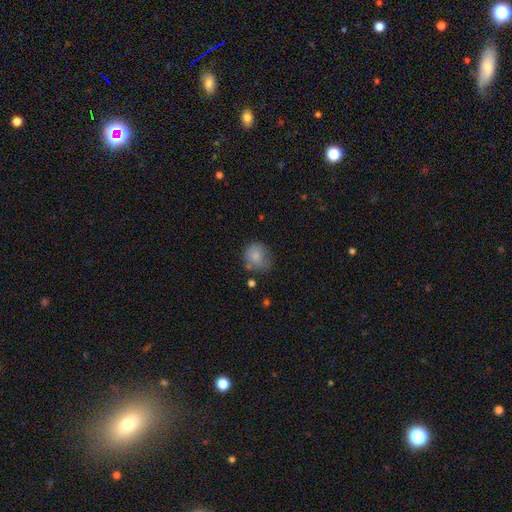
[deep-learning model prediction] smooth_or_featured: smooth (p=0.81) [alt: featured or disk p=0.10]
how_rounded: round (p=0.80) [alt: in between p=0.19]
merging: none (p=0.58) [alt: minor disturbance p=0.27]